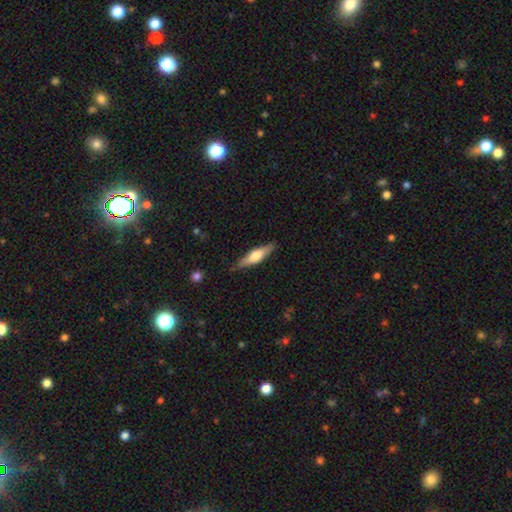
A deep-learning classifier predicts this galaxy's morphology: This appears to be a featured or disk galaxy (49%). Merging: none (84%).